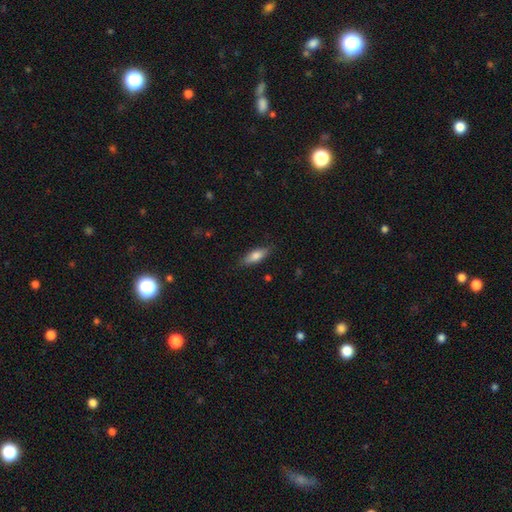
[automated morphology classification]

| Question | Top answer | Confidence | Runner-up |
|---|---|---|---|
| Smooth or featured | smooth | 78% | featured or disk (16%) |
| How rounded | in between | 64% | cigar-shaped (33%) |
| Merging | none | 84% | minor disturbance (12%) |